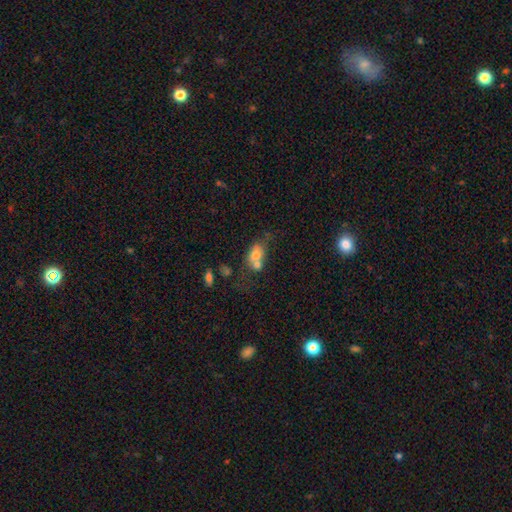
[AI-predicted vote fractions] smooth_or_featured: smooth (p=0.71) [alt: featured or disk p=0.20]
how_rounded: in between (p=0.66) [alt: round p=0.32]
merging: merger (p=0.53) [alt: none p=0.27]